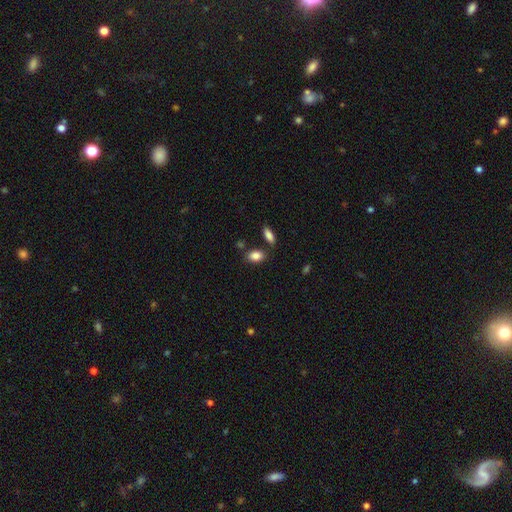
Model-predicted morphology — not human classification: The model was most divided on "merging": none: 75%, minor disturbance: 13%, merger: 9%, major disturbance: 3%. More confident: smooth or featured — smooth (87%); how rounded — in between (84%).